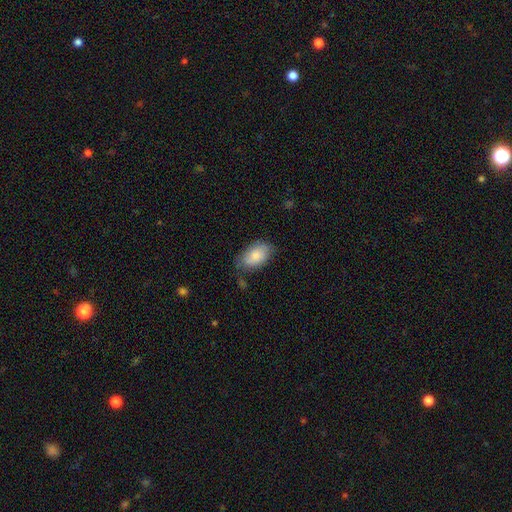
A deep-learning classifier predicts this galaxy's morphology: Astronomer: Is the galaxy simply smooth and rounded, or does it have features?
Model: smooth — 81%.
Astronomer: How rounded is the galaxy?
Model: in between — 92%.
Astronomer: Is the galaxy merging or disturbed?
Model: none — 68%.